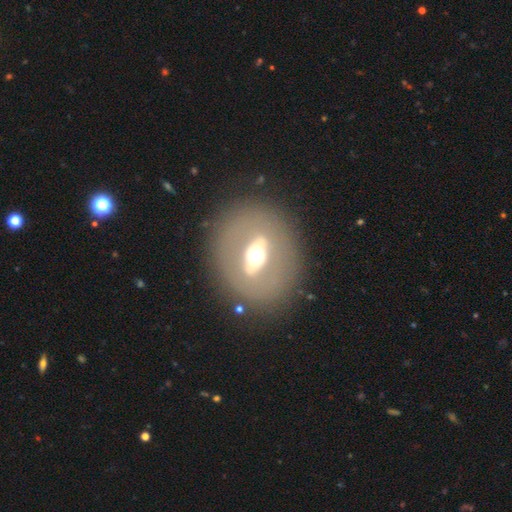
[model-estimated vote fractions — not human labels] Smooth or featured? featured or disk (63%)
Edge-on disk? no (74%)
Merging? none (83%)